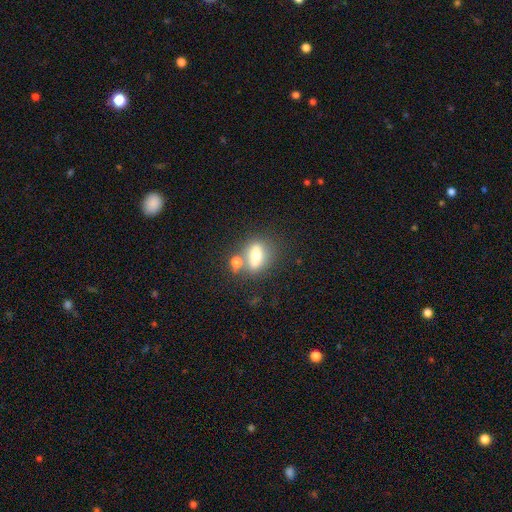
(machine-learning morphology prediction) Overall: smooth (59%; featured or disk 30%). How rounded: in between (57%; cigar-shaped 26%). Merging: none (58%; merger 22%).